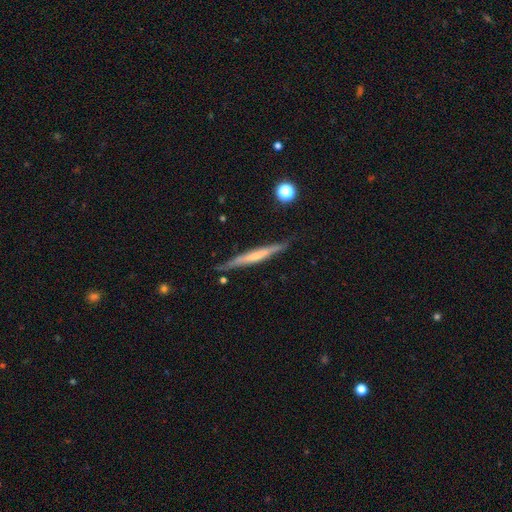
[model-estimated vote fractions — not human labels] This appears to be a featured or disk galaxy (54%) viewed edge-on (95%) with no central bulge (61%). Merging: none (83%).